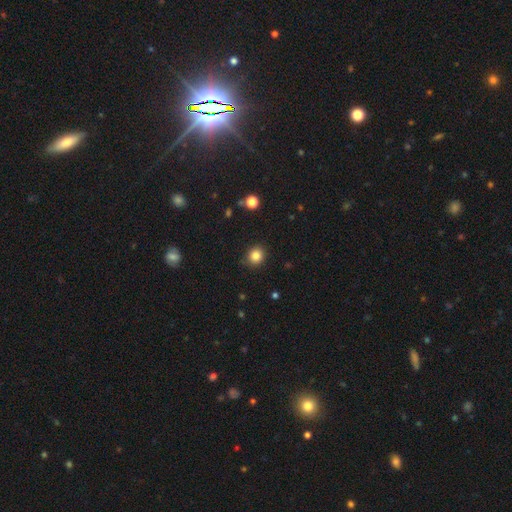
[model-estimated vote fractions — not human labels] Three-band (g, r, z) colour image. It shows a smooth galaxy with no disk features (84%) that is round (84%). Merging: none (87%).